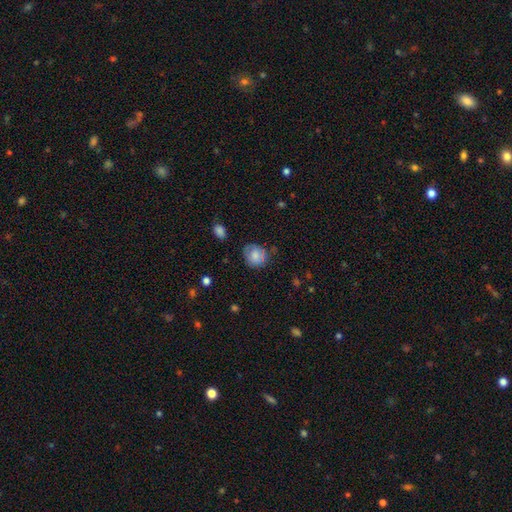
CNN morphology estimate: type=smooth (72%); roundness=round (69%); merging=none (66%).